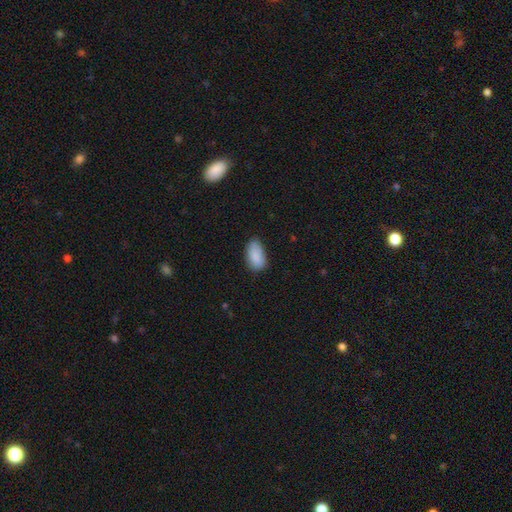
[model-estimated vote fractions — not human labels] The model was most divided on "merging": none: 69%, minor disturbance: 25%, major disturbance: 4%, merger: 1%. More confident: how rounded — in between (93%); smooth or featured — smooth (88%).